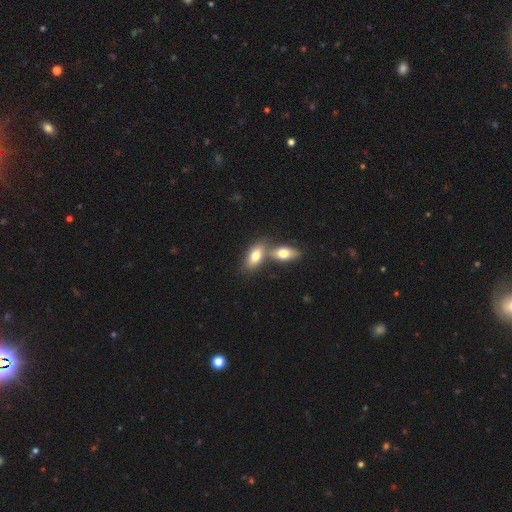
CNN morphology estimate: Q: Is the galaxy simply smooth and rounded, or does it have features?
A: smooth — 75%.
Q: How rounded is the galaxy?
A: in between — 88%.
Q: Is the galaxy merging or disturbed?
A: merger — 50%.